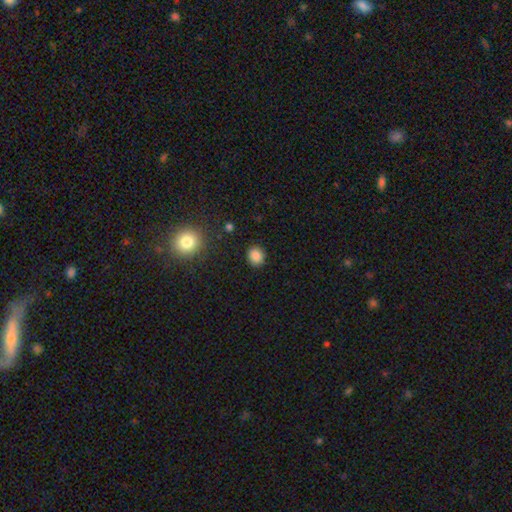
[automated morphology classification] A smooth galaxy with no disk features (86%) that is round (77%).

Vote fractions:
- Smooth or featured? smooth: 86% / star or artifact: 11% / featured or disk: 4%
- How rounded? round: 77% / in between: 22% / cigar-shaped: 1%
- Merging? none: 89% / minor disturbance: 7% / major disturbance: 2% / merger: 1%